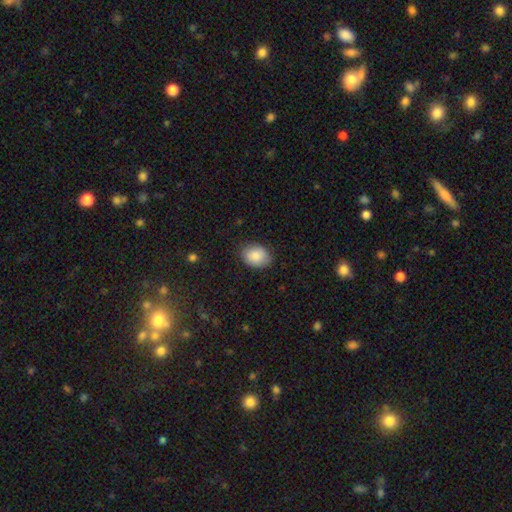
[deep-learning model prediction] This appears to be a smooth galaxy with no disk features (87%) that is in between round and cigar-shaped (62%). Merging: none (82%).